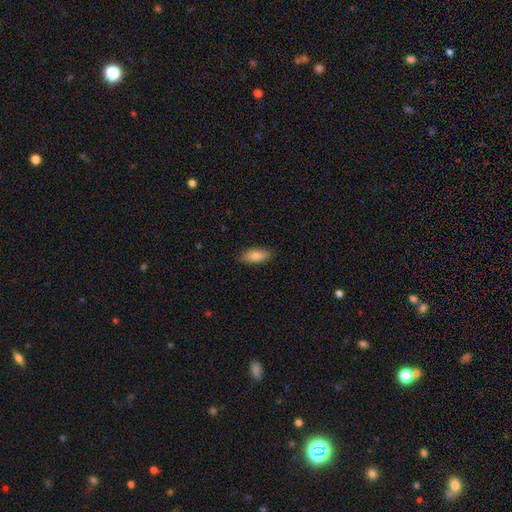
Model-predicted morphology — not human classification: A smooth galaxy with no disk features (82%) that is in between round and cigar-shaped (84%). Merging: none (86%).